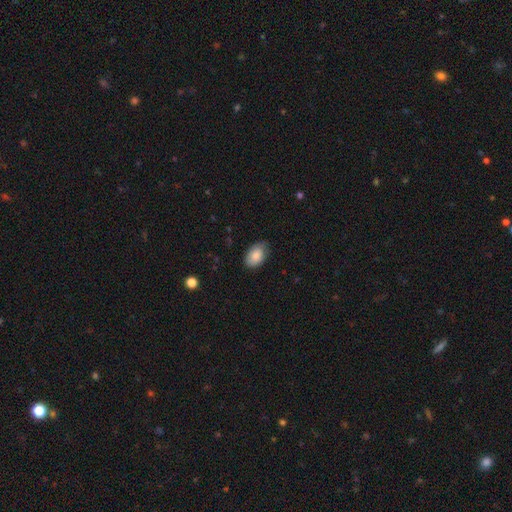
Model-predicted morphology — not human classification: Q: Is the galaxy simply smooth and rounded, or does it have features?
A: smooth — 84%.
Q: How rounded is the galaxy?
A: in between — 91%.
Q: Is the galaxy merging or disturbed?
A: none — 71%.